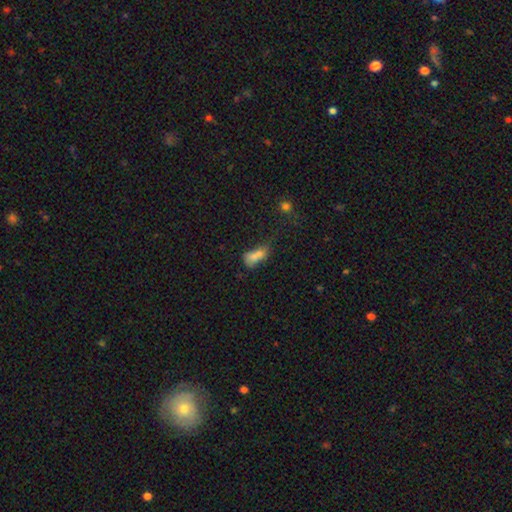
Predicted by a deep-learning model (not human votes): A smooth galaxy with no disk features (69%) that is in between round and cigar-shaped (80%).

Vote fractions:
- Smooth or featured? smooth: 69% / featured or disk: 18% / star or artifact: 13%
- How rounded? in between: 80% / round: 11% / cigar-shaped: 9%
- Merging? merger: 48% / none: 21% / major disturbance: 15% / minor disturbance: 15%